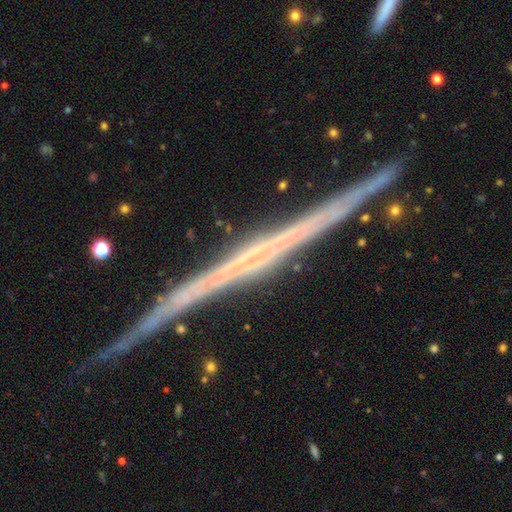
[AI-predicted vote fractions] The model was most divided on "edge-on bulge": none: 76%, rounded: 15%, boxy: 10%. More confident: edge-on disk — yes (98%); merging — none (87%); smooth or featured — featured or disk (81%).